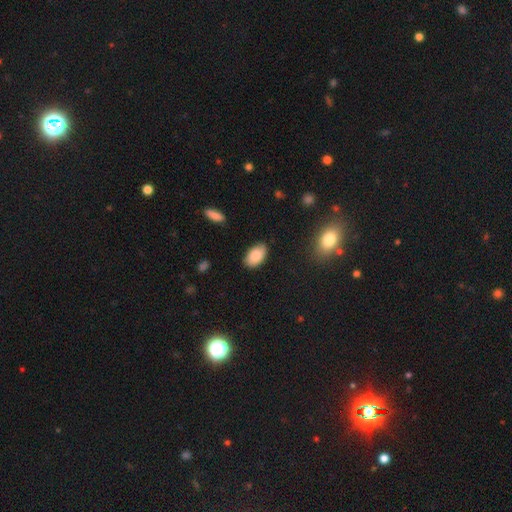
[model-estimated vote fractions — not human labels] smooth-or-featured: smooth: 87% | star or artifact: 7% | featured or disk: 6%
  how-rounded: in between: 94% | round: 4% | cigar-shaped: 2%
  merging: none: 83% | minor disturbance: 13% | major disturbance: 2% | merger: 1%